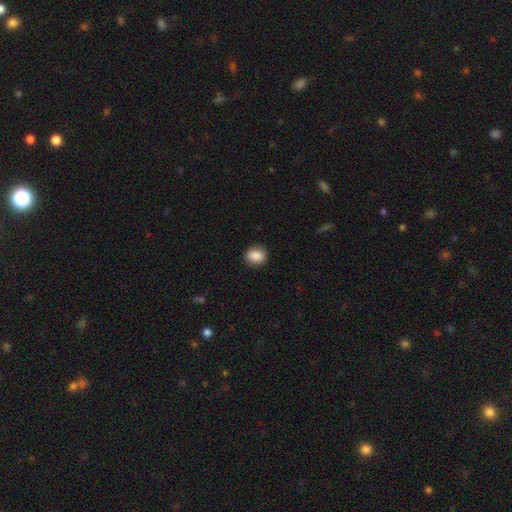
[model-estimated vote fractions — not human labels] This is clearly a smooth galaxy (88%). How rounded: likely round (70%). Merging: clearly none (89%).